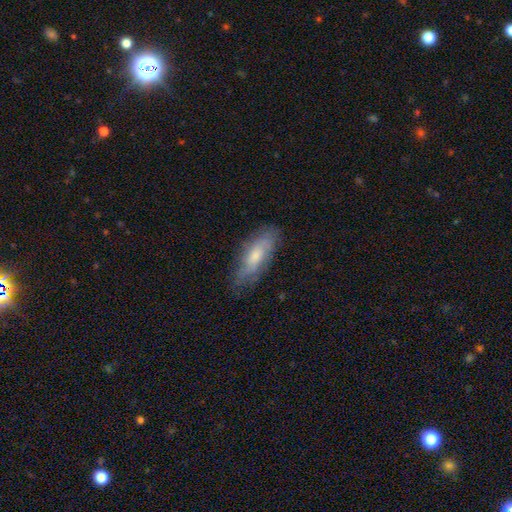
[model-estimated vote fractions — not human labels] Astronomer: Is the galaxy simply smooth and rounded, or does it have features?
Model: smooth — 50% (runner-up: featured or disk, 43%).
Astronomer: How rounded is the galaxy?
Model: in between — 65%.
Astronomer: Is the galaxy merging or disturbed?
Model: none — 70%.